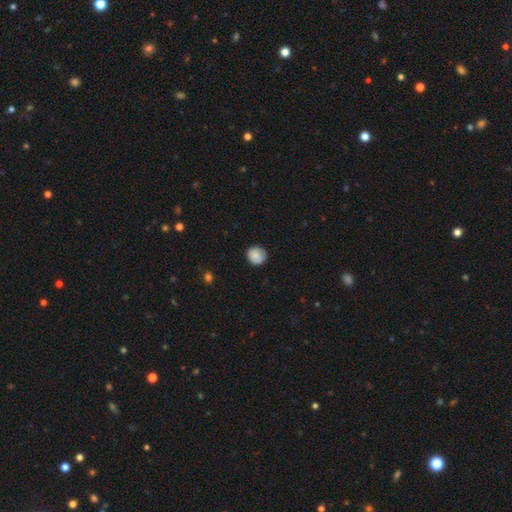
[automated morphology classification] This is clearly a smooth galaxy (83%). How rounded: clearly round (90%). Merging: clearly none (83%).